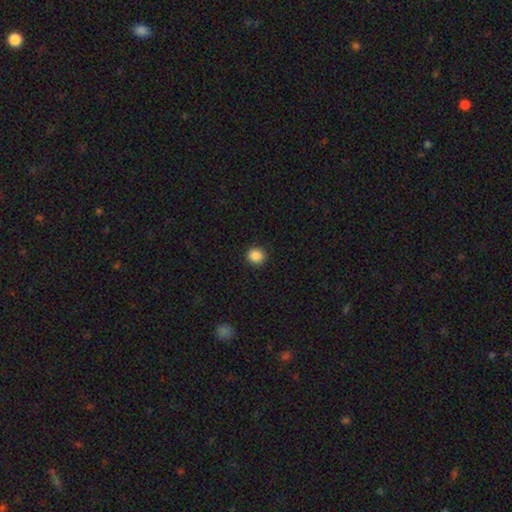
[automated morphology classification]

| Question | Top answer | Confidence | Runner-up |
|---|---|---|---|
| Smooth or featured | smooth | 87% | star or artifact (10%) |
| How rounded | round | 89% | in between (10%) |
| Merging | none | 92% | minor disturbance (6%) |